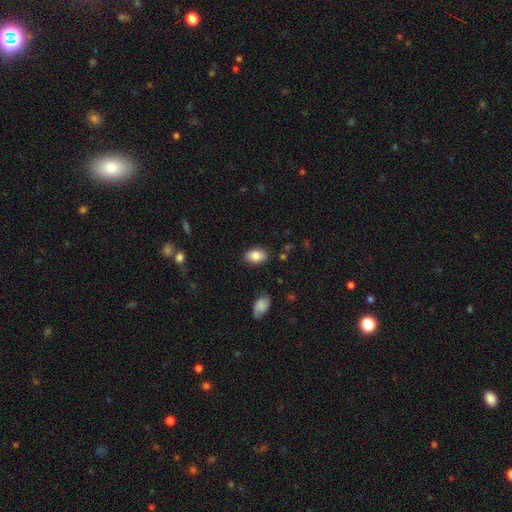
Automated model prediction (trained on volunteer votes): smooth 83%, featured or disk 10%, star or artifact 7%. Down the decision tree: how rounded — in between (87%); merging — none (85%).